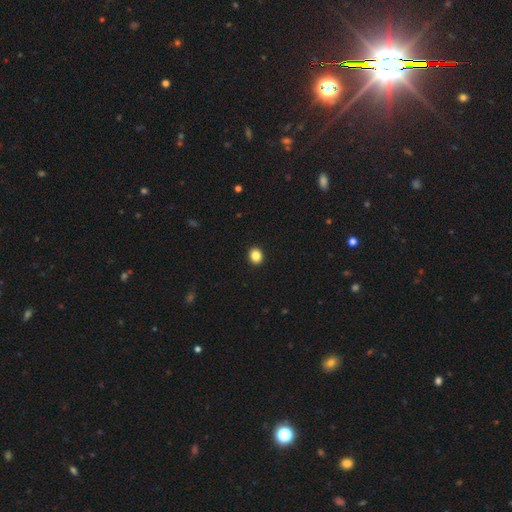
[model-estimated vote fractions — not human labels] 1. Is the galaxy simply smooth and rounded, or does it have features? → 86% smooth, 10% star or artifact, 4% featured or disk.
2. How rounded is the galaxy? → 72% round, 27% in between, 1% cigar-shaped.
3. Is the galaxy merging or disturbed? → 93% none, 5% minor disturbance, 2% major disturbance, 1% merger.